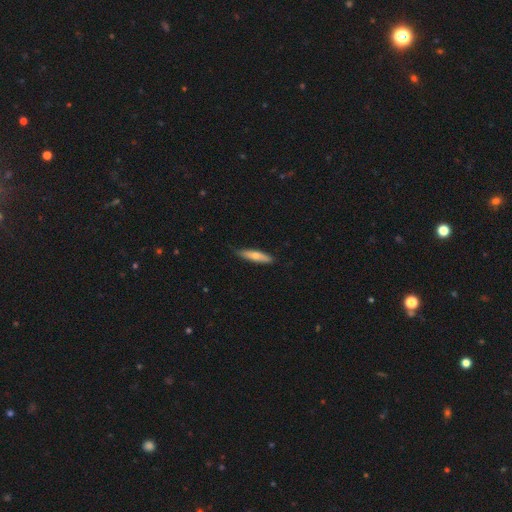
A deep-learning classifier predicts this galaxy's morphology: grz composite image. It shows a smooth galaxy with no disk features (66%) that is cigar-shaped (76%). Merging: none (84%).